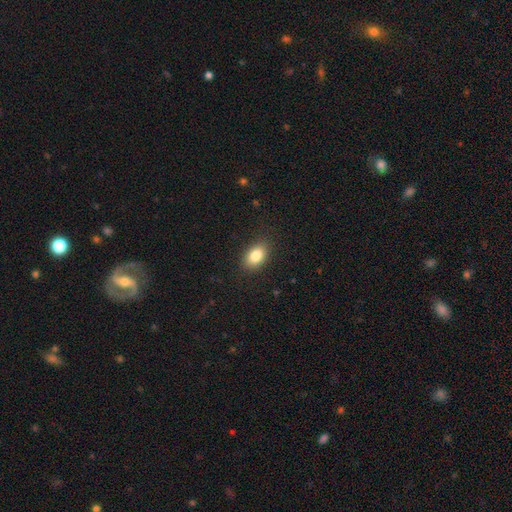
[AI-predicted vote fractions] smooth_or_featured: smooth (p=0.84) [alt: star or artifact p=0.08]
how_rounded: in between (p=0.84) [alt: round p=0.14]
merging: none (p=0.87) [alt: minor disturbance p=0.10]